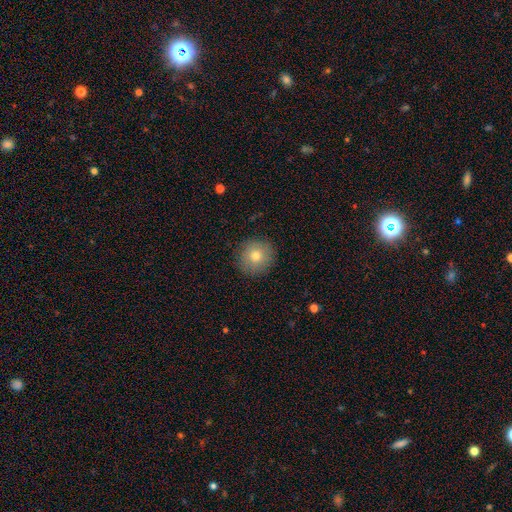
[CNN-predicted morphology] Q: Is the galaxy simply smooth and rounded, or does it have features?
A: smooth — 77%.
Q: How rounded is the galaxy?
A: round — 92%.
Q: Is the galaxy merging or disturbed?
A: none — 90%.